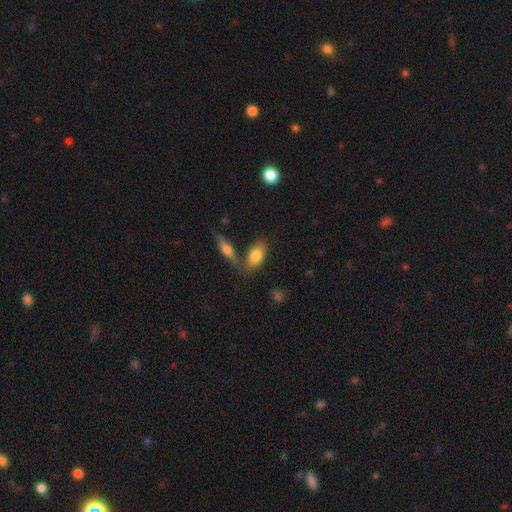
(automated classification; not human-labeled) The model was most divided on "merging": none: 56%, merger: 27%, minor disturbance: 13%, major disturbance: 4%. More confident: how rounded — in between (87%); smooth or featured — smooth (78%).